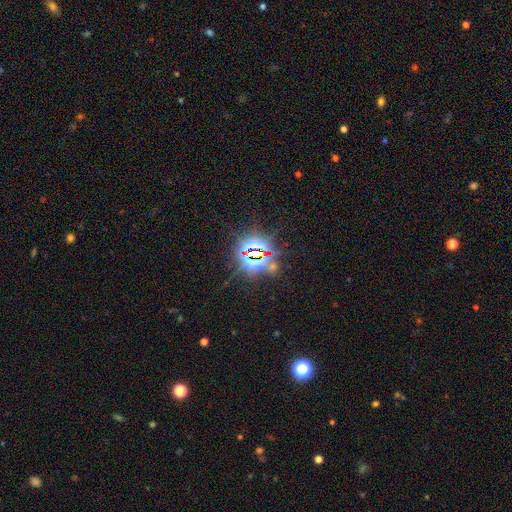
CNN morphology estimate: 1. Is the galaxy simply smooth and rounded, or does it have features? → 84% star or artifact, 9% smooth, 7% featured or disk.